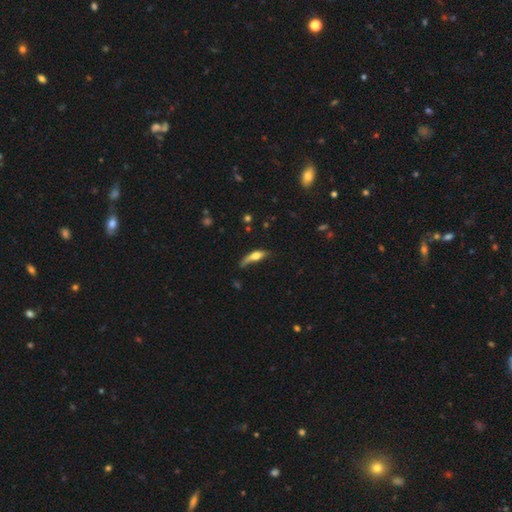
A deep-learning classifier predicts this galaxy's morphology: smooth_or_featured: smooth (p=0.56) [alt: featured or disk p=0.36]
how_rounded: cigar-shaped (p=0.60) [alt: in between p=0.36]
merging: none (p=0.41) [alt: minor disturbance p=0.32]